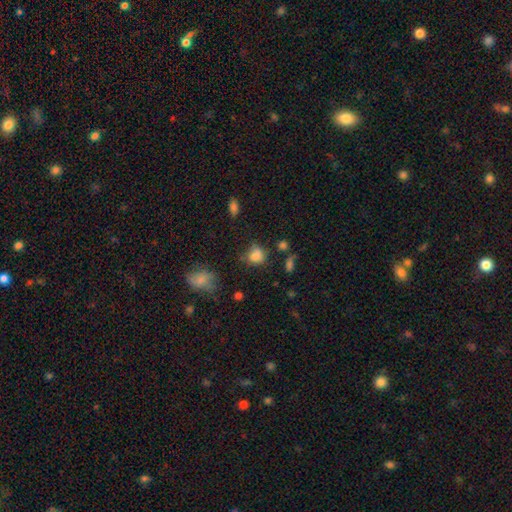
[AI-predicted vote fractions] Q: Smooth or featured?
A: smooth (79%); runner-up: star or artifact (13%)
Q: How rounded?
A: round (65%); runner-up: in between (34%)
Q: Merging?
A: none (53%); runner-up: minor disturbance (28%)